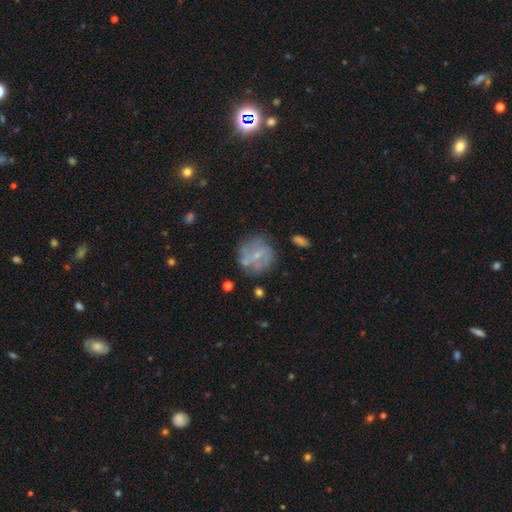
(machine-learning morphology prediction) smooth_or_featured: featured or disk (p=0.58) [alt: smooth p=0.33]
disk_edge_on: no (p=0.96) [alt: yes p=0.04]
bar: no (p=0.46) [alt: weak p=0.42]
has_spiral_arms: yes (p=0.62) [alt: no p=0.38]
bulge_size: small (p=0.75) [alt: moderate p=0.16]
merging: none (p=0.68) [alt: minor disturbance p=0.18]